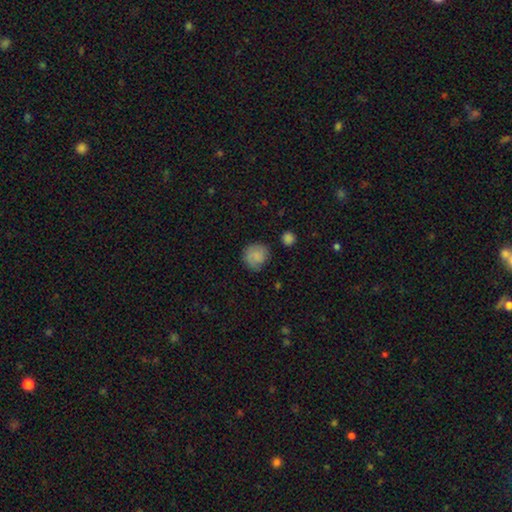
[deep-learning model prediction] The model was most divided on "merging": none: 73%, minor disturbance: 19%, major disturbance: 5%, merger: 3%. More confident: how rounded — round (86%); smooth or featured — smooth (81%).